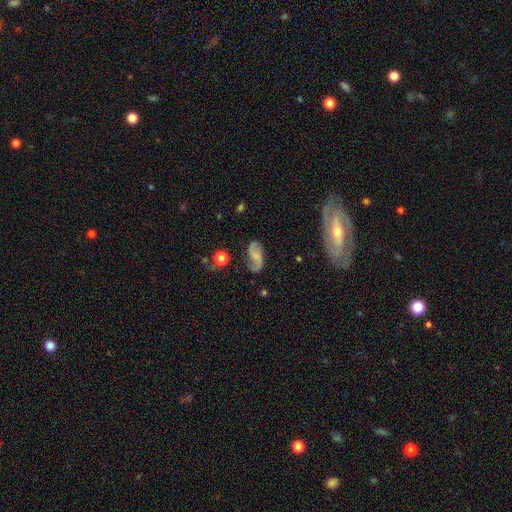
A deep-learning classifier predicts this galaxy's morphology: Overall: featured or disk (72%). Edge-on disk: no (96%). Bar: no (56%; weak 36%). Spiral arms: yes (94%). Spiral arm count: 2 (89%). Spiral winding: loose (60%; medium 31%). Bulge size: none (39%; small 35%). Merging: none (71%).